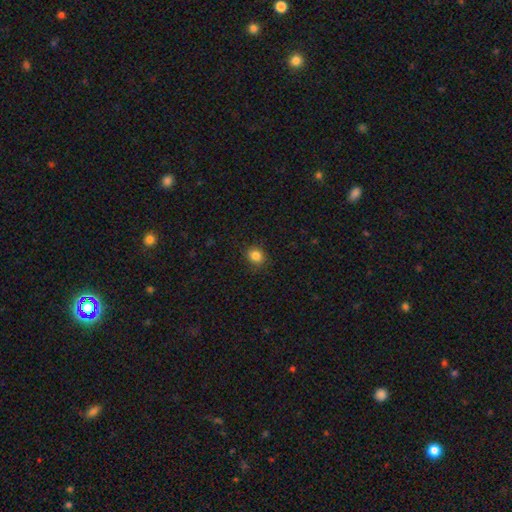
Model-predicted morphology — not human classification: Overall: smooth (85%). How rounded: round (71%). Merging: none (87%).